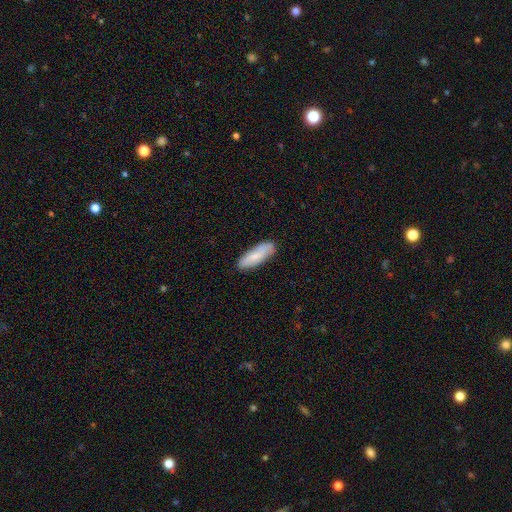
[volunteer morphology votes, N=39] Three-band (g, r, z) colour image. It shows a smooth galaxy with no disk features (74%) that is in between round and cigar-shaped (55%). Merging: none (86%).